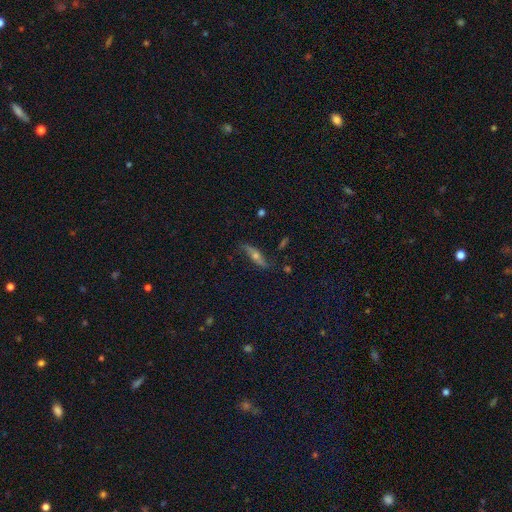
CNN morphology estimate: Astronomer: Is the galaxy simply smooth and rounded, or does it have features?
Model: featured or disk — 58%.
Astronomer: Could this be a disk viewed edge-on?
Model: yes — 66%.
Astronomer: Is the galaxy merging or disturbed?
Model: none — 75%.